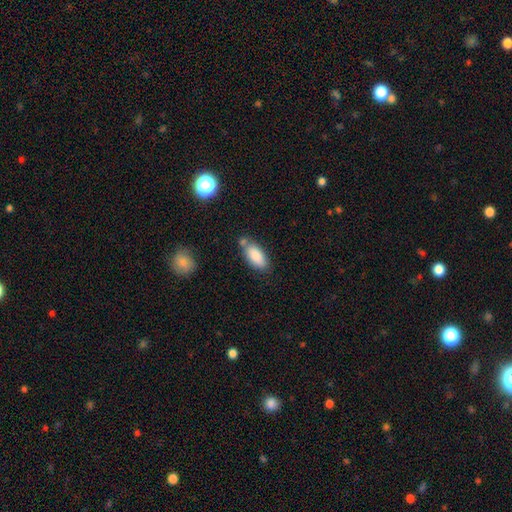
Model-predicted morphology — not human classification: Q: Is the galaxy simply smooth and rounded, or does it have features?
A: smooth — 86%.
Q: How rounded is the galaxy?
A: in between — 89%.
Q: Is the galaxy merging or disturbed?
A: none — 61%.